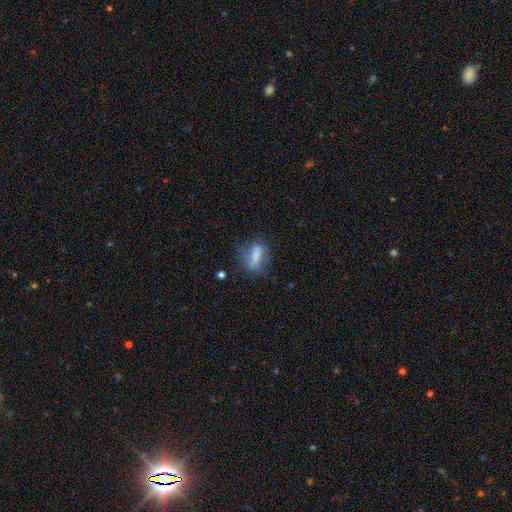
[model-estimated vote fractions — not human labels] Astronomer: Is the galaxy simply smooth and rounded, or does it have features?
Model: smooth — 70%.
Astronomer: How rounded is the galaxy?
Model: in between — 64%.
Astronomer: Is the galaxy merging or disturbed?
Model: none — 58%.